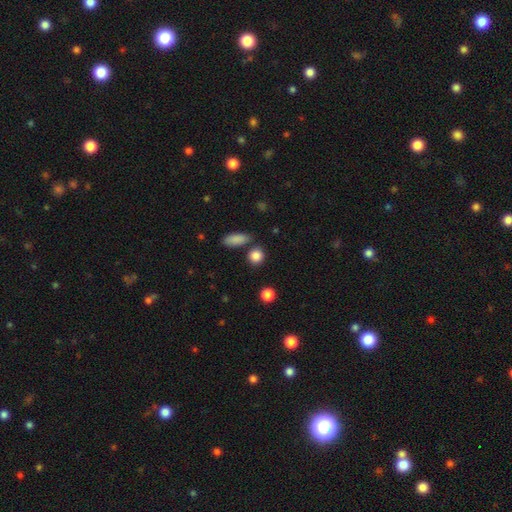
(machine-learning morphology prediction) Smooth or featured? smooth (86%)
How rounded? round (71%)
Merging? none (79%)